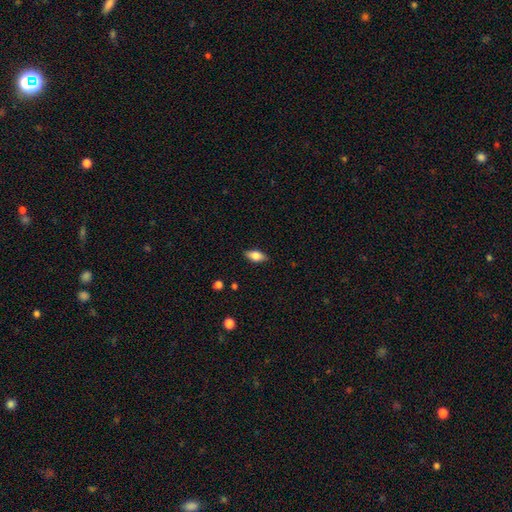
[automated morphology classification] This is likely a smooth galaxy (77%). How rounded: clearly in between (87%). Merging: clearly none (86%).